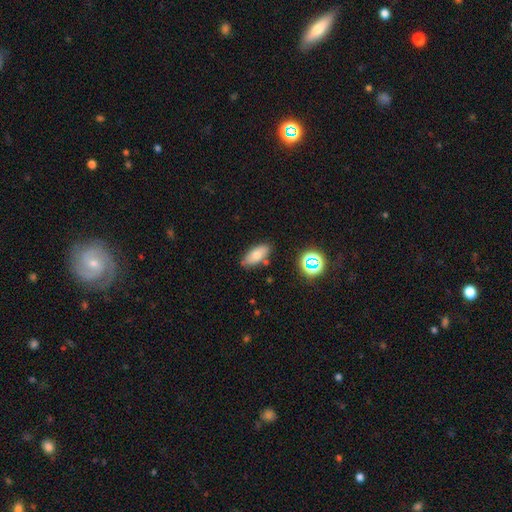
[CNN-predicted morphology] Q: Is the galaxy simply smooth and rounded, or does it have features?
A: smooth — 73%.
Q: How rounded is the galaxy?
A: in between — 85%.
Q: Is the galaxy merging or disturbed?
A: none — 78%.